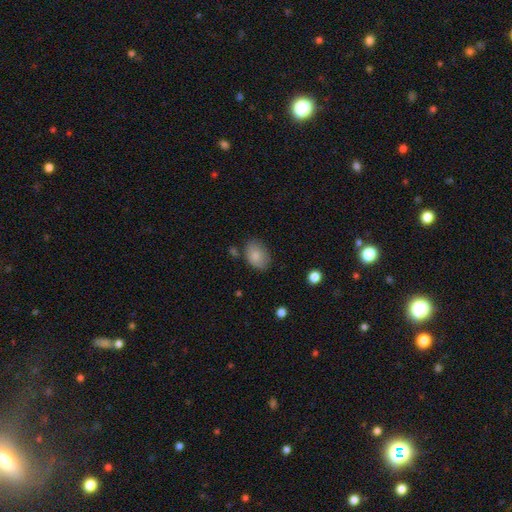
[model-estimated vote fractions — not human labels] A smooth galaxy with no disk features (83%) that is in between round and cigar-shaped (82%).

Vote fractions:
- Smooth or featured? smooth: 83% / featured or disk: 10% / star or artifact: 7%
- How rounded? in between: 82% / round: 17% / cigar-shaped: 1%
- Merging? none: 72% / minor disturbance: 20% / major disturbance: 5% / merger: 4%